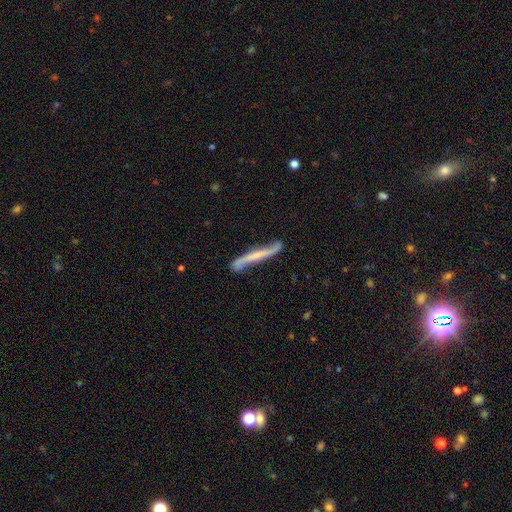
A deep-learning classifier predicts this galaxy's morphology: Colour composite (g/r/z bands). It shows a featured or disk galaxy (63%) viewed edge-on (64%). Merging: none (66%).